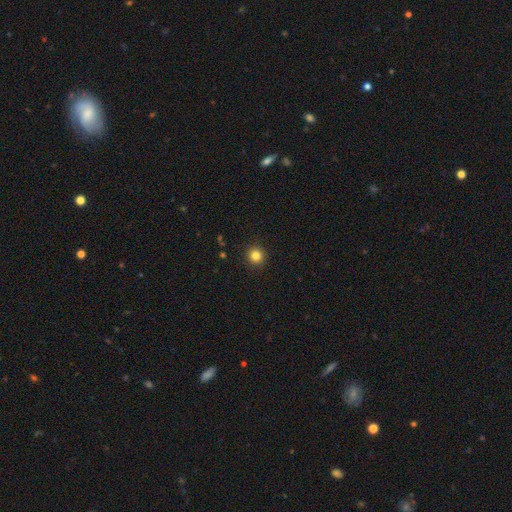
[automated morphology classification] Smooth or featured: smooth — 83% (star or artifact — 12%)
How rounded: round — 94% (in between — 5%)
Merging: none — 92% (minor disturbance — 5%)